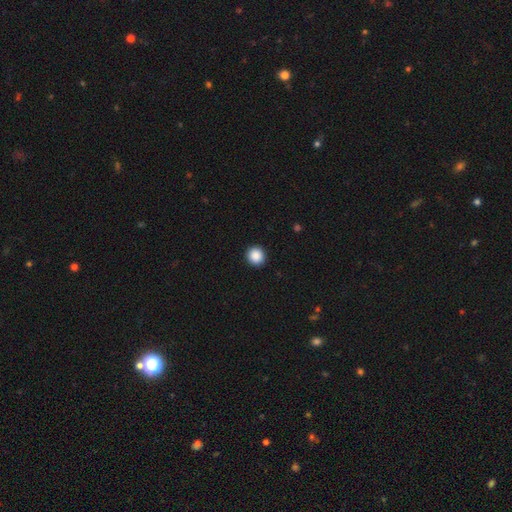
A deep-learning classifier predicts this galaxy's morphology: This is clearly a smooth galaxy (89%). How rounded: clearly round (93%). Merging: clearly none (94%).